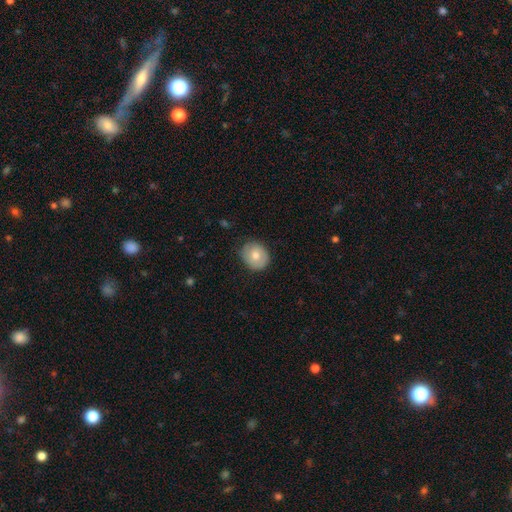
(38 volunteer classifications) Q: Smooth or featured?
A: smooth (76%); runner-up: featured or disk (24%)
Q: How rounded?
A: round (76%); runner-up: in between (24%)
Q: Merging?
A: none (79%); runner-up: minor disturbance (18%)